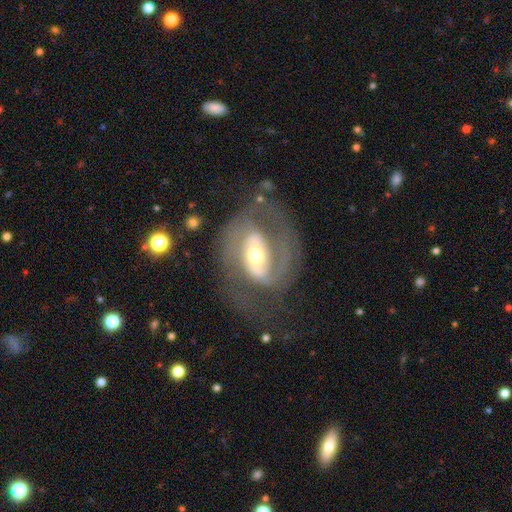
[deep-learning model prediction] Smooth or featured: featured or disk — 83% (smooth — 11%)
Edge-on disk: no — 96% (yes — 4%)
Bar: weak — 37% (strong — 35%)
Spiral arms: yes — 85% (no — 15%)
Spiral winding: medium — 46% (tight — 37%)
Spiral arm count: 2 — 68% (1 — 15%)
Bulge size: moderate — 60% (small — 29%)
Merging: none — 54% (major disturbance — 25%)